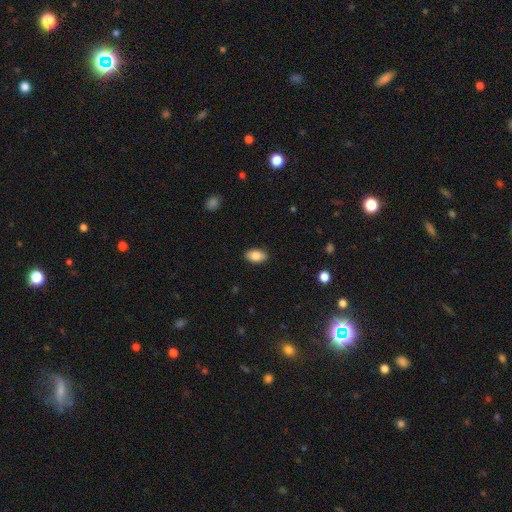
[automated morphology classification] This is clearly a smooth galaxy (84%). How rounded: clearly in between (93%). Merging: clearly none (89%).